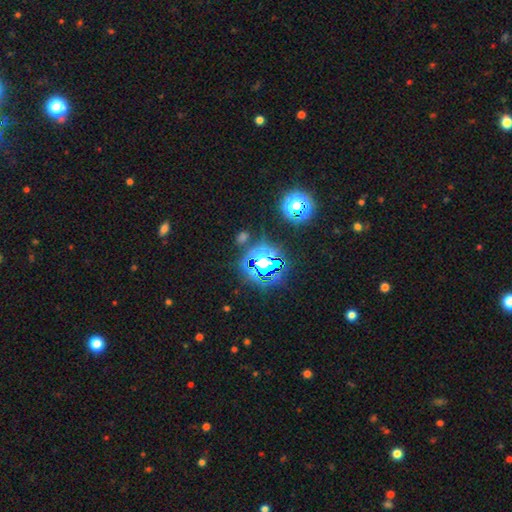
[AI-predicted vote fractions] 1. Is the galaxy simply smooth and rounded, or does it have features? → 82% star or artifact, 12% smooth, 6% featured or disk.